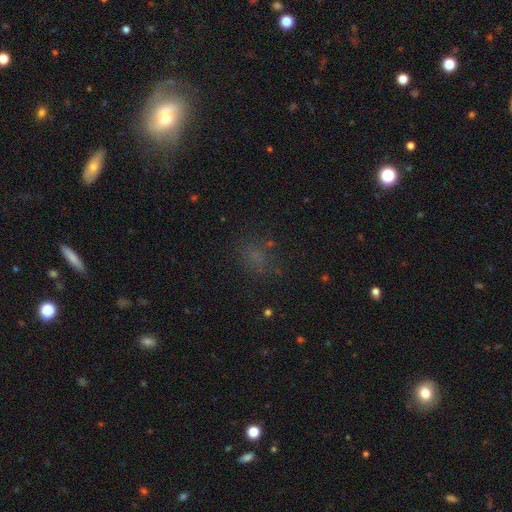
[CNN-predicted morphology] smooth_or_featured: smooth (p=0.56) [alt: star or artifact p=0.31]
how_rounded: round (p=0.50) [alt: in between p=0.47]
merging: none (p=0.67) [alt: minor disturbance p=0.17]